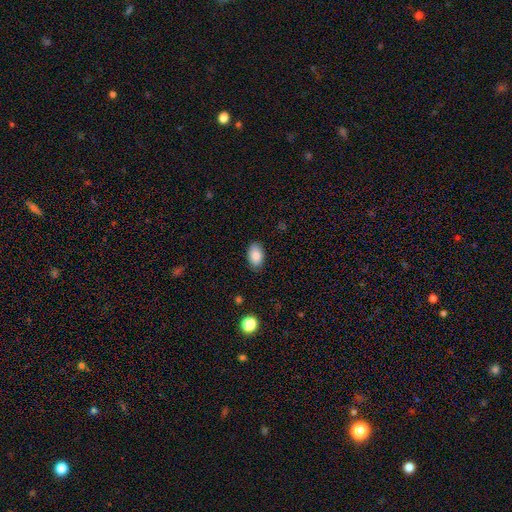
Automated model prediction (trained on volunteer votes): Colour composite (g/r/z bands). It shows a smooth galaxy with no disk features (86%) that is in between round and cigar-shaped (91%). Merging: none (83%).